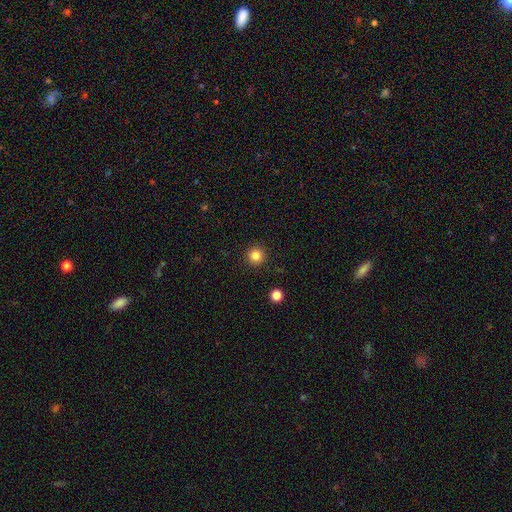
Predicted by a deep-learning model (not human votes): smooth-or-featured: smooth: 83% | star or artifact: 12% | featured or disk: 4%
  how-rounded: round: 96% | in between: 3% | cigar-shaped: 1%
  merging: none: 92% | minor disturbance: 5% | major disturbance: 2% | merger: 1%